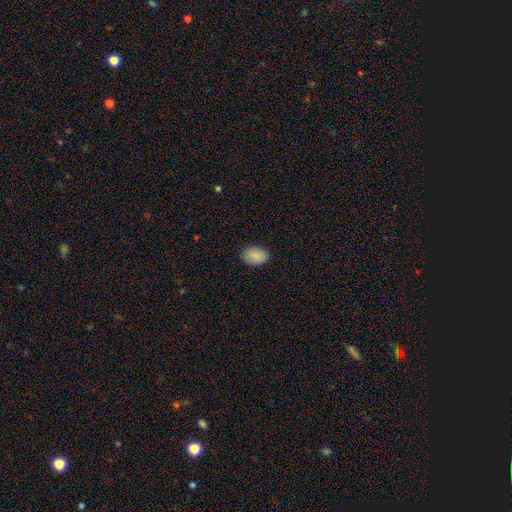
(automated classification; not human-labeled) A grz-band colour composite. It shows a smooth galaxy with no disk features (87%) that is in between round and cigar-shaped (81%). Merging: none (88%).